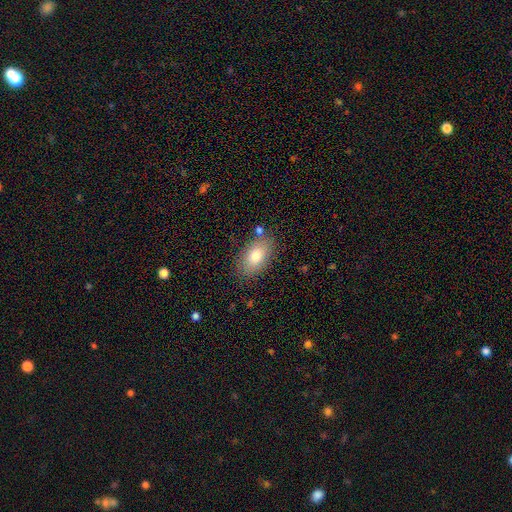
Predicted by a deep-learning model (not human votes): Q: Smooth or featured?
A: smooth (77%); runner-up: featured or disk (15%)
Q: How rounded?
A: in between (91%); runner-up: round (7%)
Q: Merging?
A: none (80%); runner-up: minor disturbance (12%)